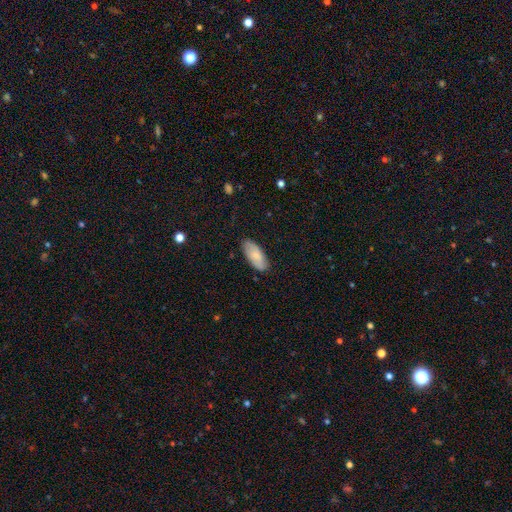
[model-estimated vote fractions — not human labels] Smooth or featured? Predicted: smooth (p=0.77). How rounded? Predicted: in between (p=0.88). Merging? Predicted: none (p=0.84).